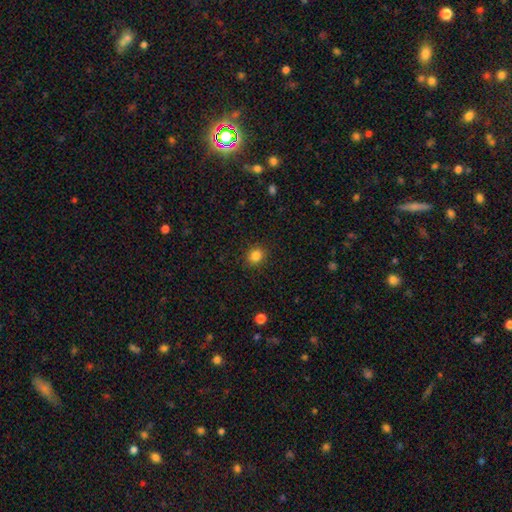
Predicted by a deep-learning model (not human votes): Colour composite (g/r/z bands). It shows a smooth galaxy with no disk features (85%) that is round (76%). Merging: none (89%).